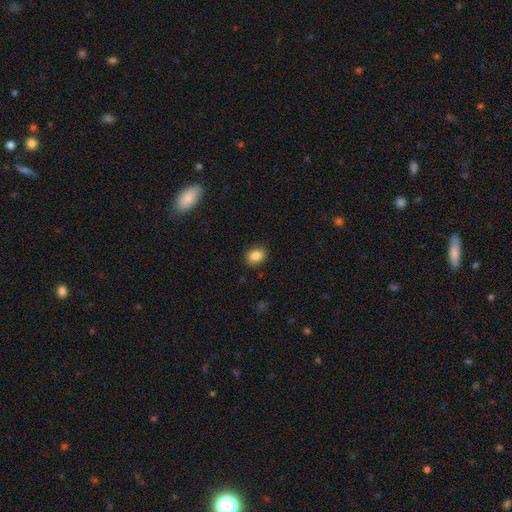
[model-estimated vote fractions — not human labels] smooth-or-featured: smooth: 86% | star or artifact: 9% | featured or disk: 5%
  how-rounded: in between: 62% | round: 37% | cigar-shaped: 1%
  merging: none: 87% | minor disturbance: 10% | major disturbance: 2% | merger: 1%